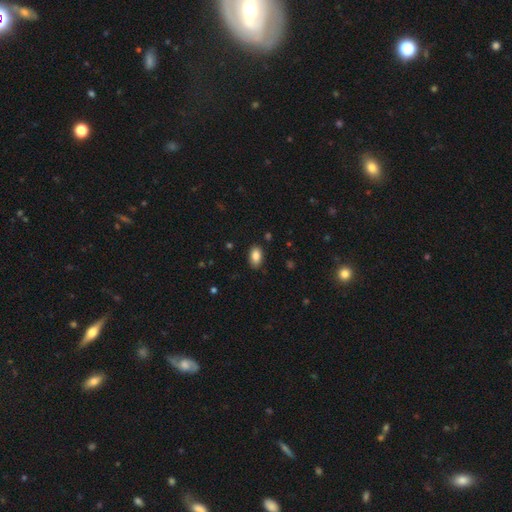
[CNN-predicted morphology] smooth 86%, star or artifact 8%, featured or disk 6%. Down the decision tree: how rounded — in between (91%); merging — none (86%).